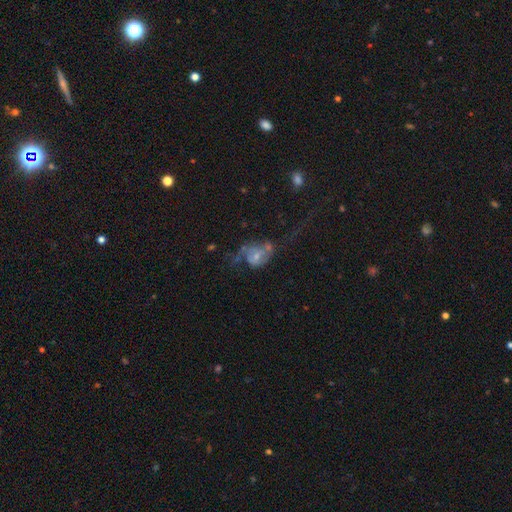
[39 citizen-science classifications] Morphology: type=smooth (46%); roundness=in between (56%); merging=major disturbance (46%).